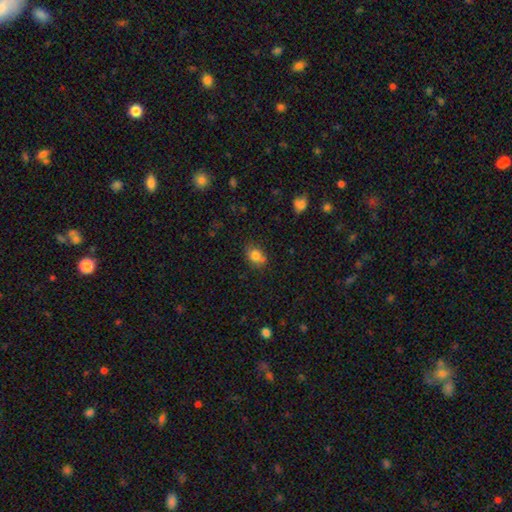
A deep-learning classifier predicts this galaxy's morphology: smooth-or-featured: smooth: 79% | star or artifact: 11% | featured or disk: 9%
  how-rounded: round: 54% | in between: 45% | cigar-shaped: 1%
  merging: none: 63% | minor disturbance: 18% | merger: 14% | major disturbance: 5%